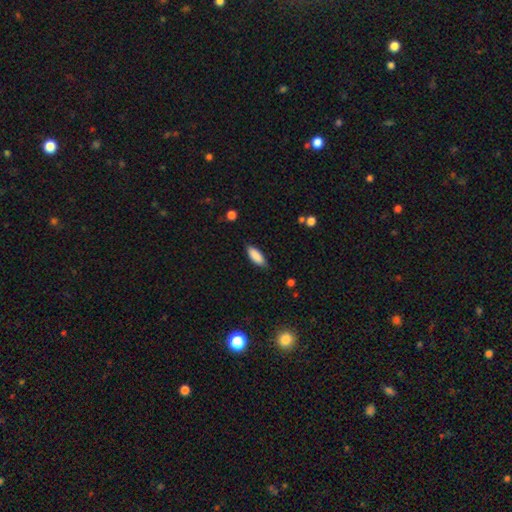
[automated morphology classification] smooth-or-featured: smooth: 88% | star or artifact: 6% | featured or disk: 6%
  how-rounded: in between: 75% | cigar-shaped: 23% | round: 2%
  merging: none: 82% | minor disturbance: 14% | major disturbance: 2% | merger: 1%